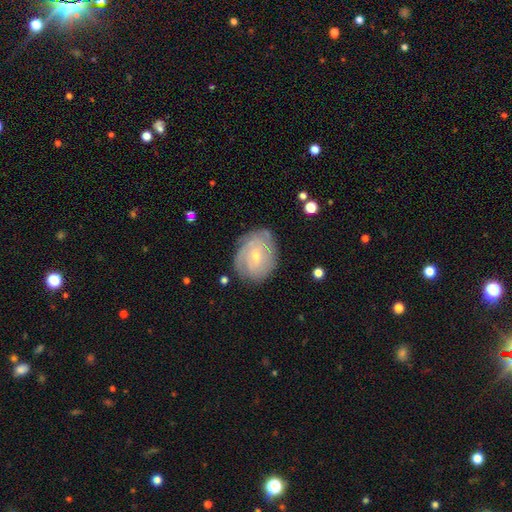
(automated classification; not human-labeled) The model was most divided on "bar": no: 52%, weak: 41%, strong: 7%. Remaining: edge-on disk — no (97%); spiral arms — yes (86%); merging — none (73%); spiral winding — tight (71%); smooth or featured — featured or disk (70%); bulge size — small (61%); spiral arm count — can't tell (50%).